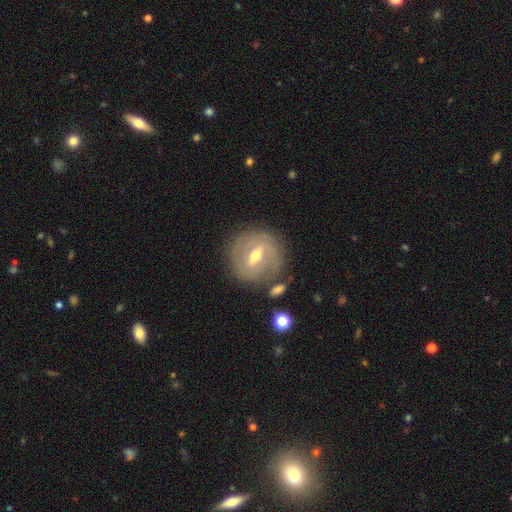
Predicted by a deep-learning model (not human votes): Morphology: type=featured or disk (66%); edge-on=no (88%); bar=weak (48%); spiral arms=yes (52%); bulge=moderate (71%); merging=none (77%).